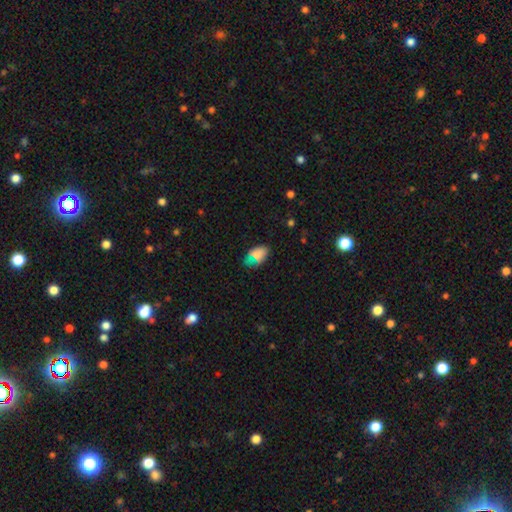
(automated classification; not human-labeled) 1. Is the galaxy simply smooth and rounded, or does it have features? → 75% smooth, 14% star or artifact, 11% featured or disk.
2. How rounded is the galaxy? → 91% in between, 6% round, 3% cigar-shaped.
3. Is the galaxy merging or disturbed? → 67% none, 23% minor disturbance, 7% major disturbance, 3% merger.